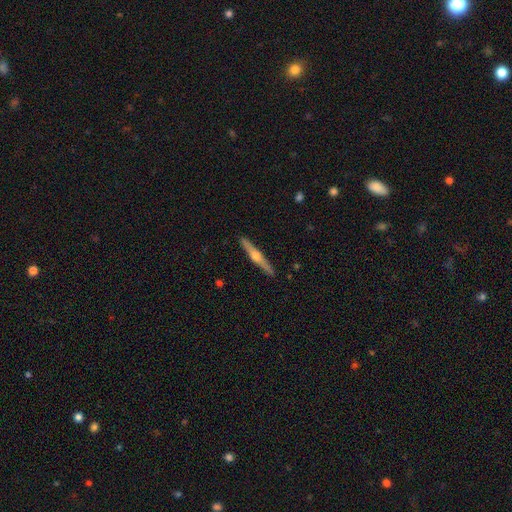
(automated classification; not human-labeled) Q: Smooth or featured?
A: featured or disk (73%); runner-up: smooth (21%)
Q: Edge-on disk?
A: yes (98%); runner-up: no (2%)
Q: Edge-on bulge?
A: rounded (94%); runner-up: none (4%)
Q: Merging?
A: none (92%); runner-up: minor disturbance (6%)